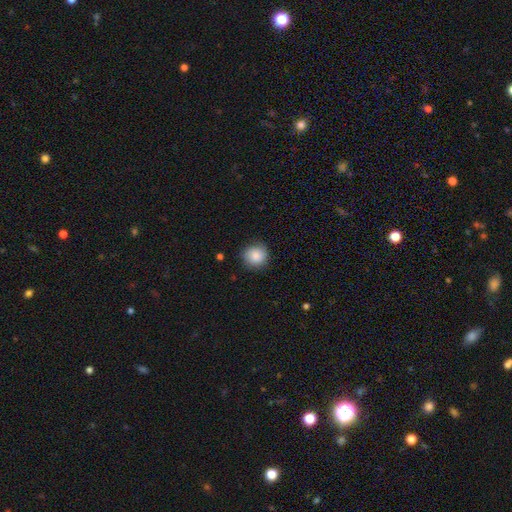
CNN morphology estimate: Q: Smooth or featured?
A: smooth (87%); runner-up: star or artifact (8%)
Q: How rounded?
A: round (90%); runner-up: in between (9%)
Q: Merging?
A: none (85%); runner-up: minor disturbance (12%)